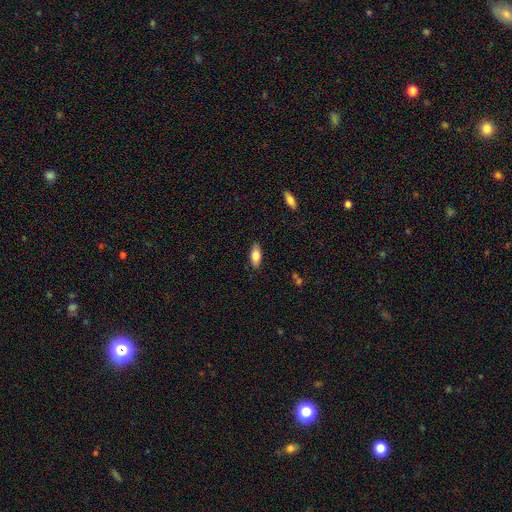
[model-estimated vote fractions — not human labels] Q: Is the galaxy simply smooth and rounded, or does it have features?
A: smooth — 80%.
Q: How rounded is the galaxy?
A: in between — 83%.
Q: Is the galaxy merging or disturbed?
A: none — 86%.